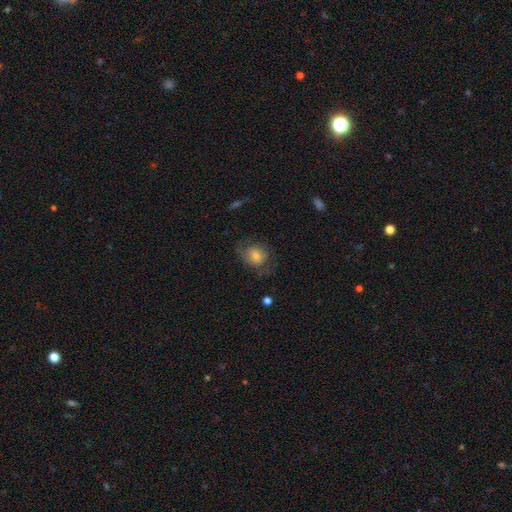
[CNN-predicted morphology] A smooth galaxy with no disk features (61%) that is round (56%).

Vote fractions:
- Smooth or featured? smooth: 61% / featured or disk: 28% / star or artifact: 11%
- How rounded? round: 56% / in between: 43% / cigar-shaped: 1%
- Merging? none: 61% / minor disturbance: 22% / major disturbance: 16% / merger: 1%